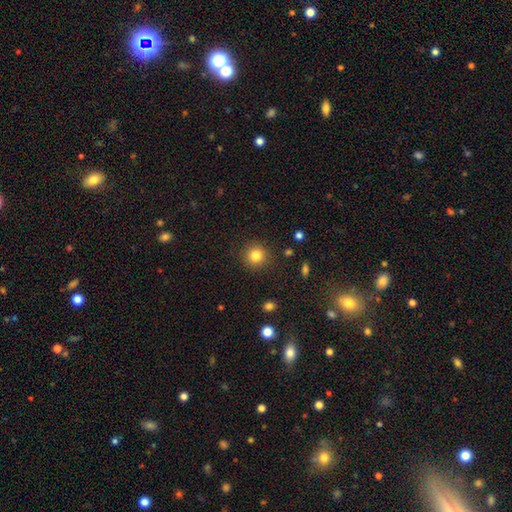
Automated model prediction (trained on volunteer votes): smooth_or_featured: smooth (p=0.83) [alt: star or artifact p=0.11]
how_rounded: round (p=0.93) [alt: in between p=0.06]
merging: none (p=0.89) [alt: minor disturbance p=0.07]